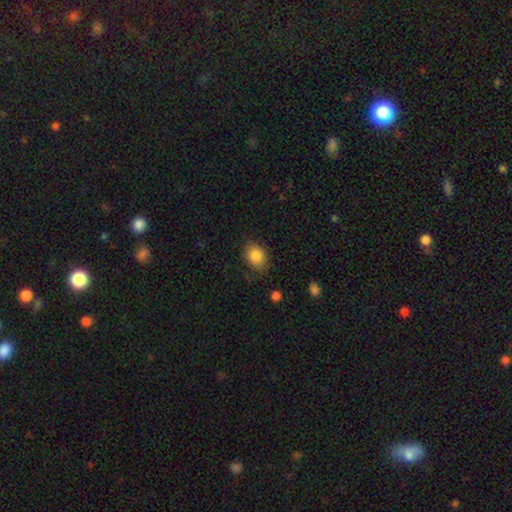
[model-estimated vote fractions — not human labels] Q: Smooth or featured?
A: smooth (87%); runner-up: star or artifact (8%)
Q: How rounded?
A: in between (56%); runner-up: round (43%)
Q: Merging?
A: none (80%); runner-up: minor disturbance (15%)